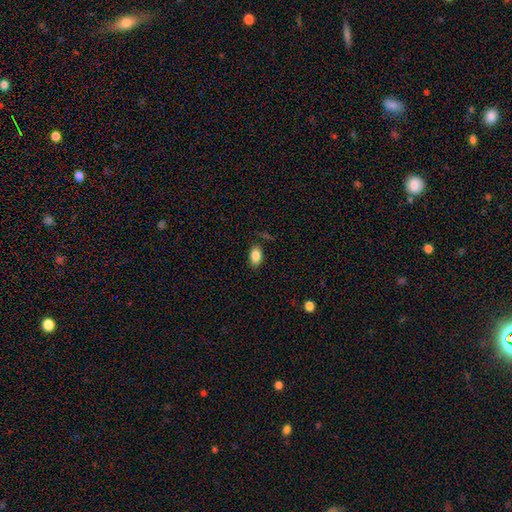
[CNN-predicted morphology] Smooth or featured?
  - smooth: 86% *
  - star or artifact: 8%
  - featured or disk: 6%
How rounded?
  - in between: 90% *
  - round: 7%
  - cigar-shaped: 2%
Merging?
  - none: 83% *
  - minor disturbance: 12%
  - major disturbance: 3%
  - merger: 2%